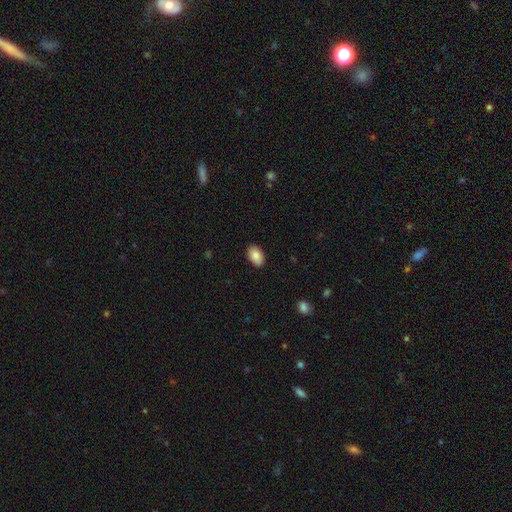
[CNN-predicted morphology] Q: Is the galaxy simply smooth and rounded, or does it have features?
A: smooth — 88%.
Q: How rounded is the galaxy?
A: in between — 91%.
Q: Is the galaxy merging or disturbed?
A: none — 88%.